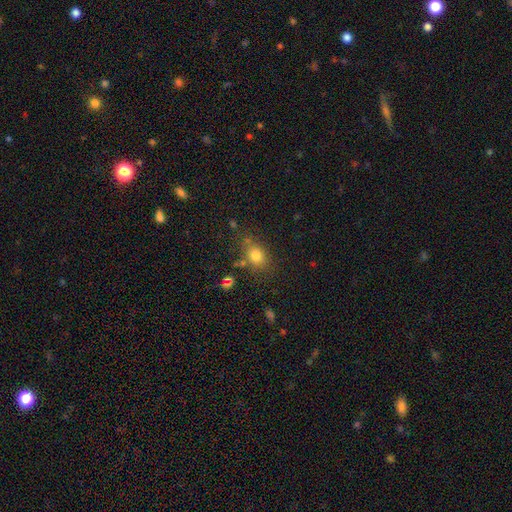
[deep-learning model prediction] This is likely a smooth galaxy (77%). How rounded: possibly in between (56%). Merging: likely none (73%).